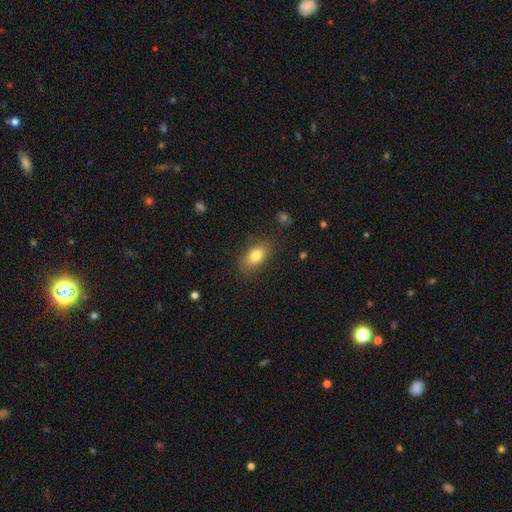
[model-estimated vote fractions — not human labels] This appears to be a smooth galaxy with no disk features (80%) that is in between round and cigar-shaped (86%). Merging: none (83%).